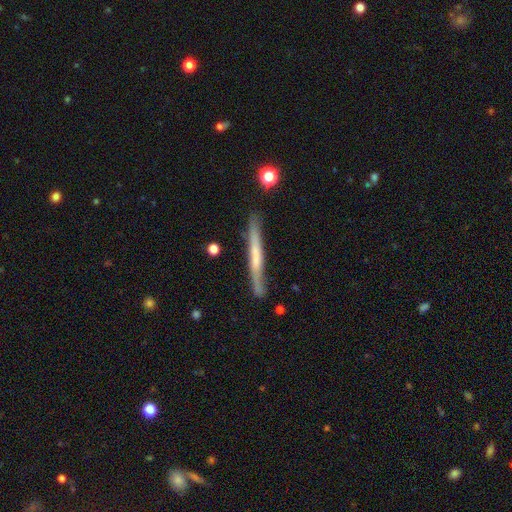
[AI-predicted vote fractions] Morphology: type=featured or disk (52%); edge-on=yes (92%); merging=none (78%).